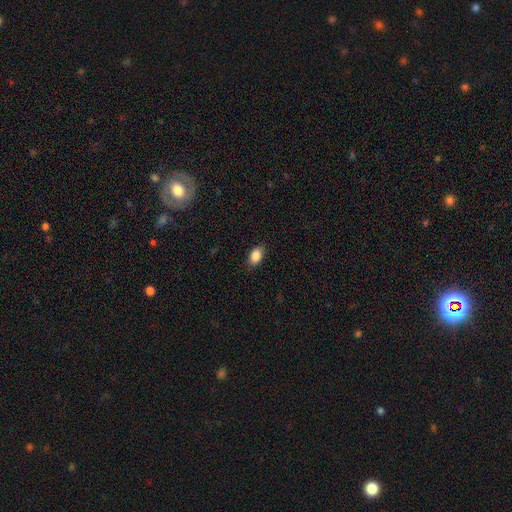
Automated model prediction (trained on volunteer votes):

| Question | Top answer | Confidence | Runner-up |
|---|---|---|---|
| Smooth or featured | smooth | 87% | star or artifact (8%) |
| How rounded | in between | 89% | round (9%) |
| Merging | none | 87% | minor disturbance (10%) |